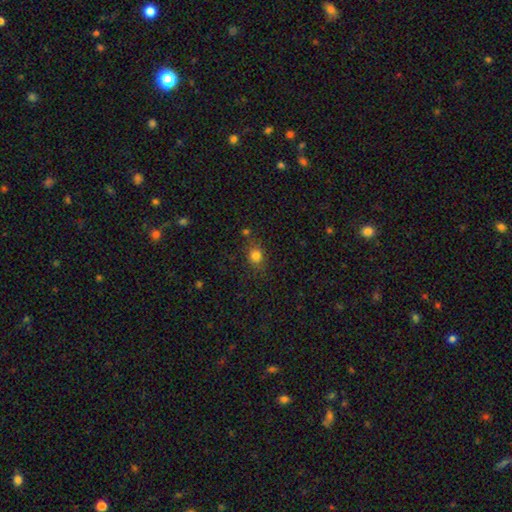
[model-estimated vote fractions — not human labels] Smooth or featured? smooth (79%)
How rounded? round (63%)
Merging? none (75%)